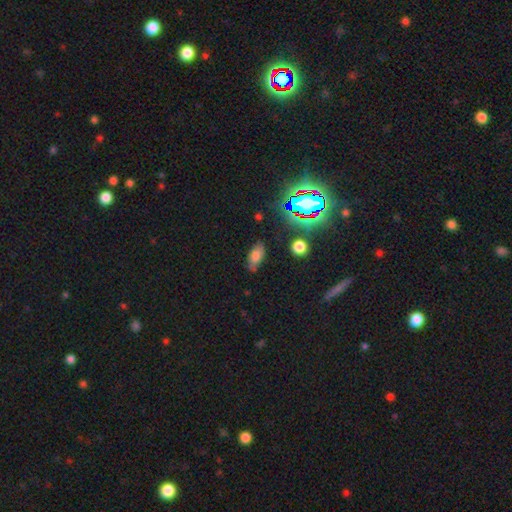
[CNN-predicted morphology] Overall: smooth (66%). How rounded: in between (88%). Merging: none (76%).